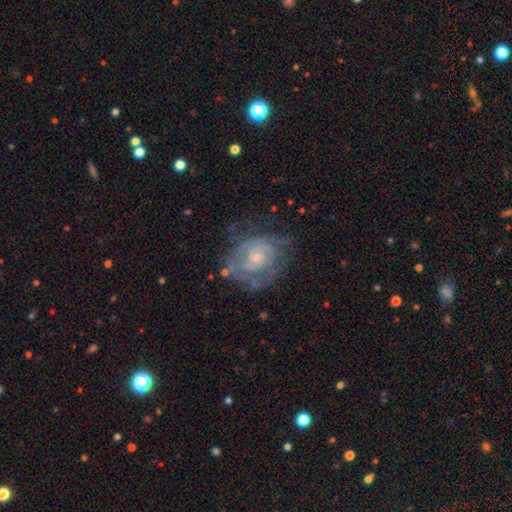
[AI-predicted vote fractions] smooth_or_featured: featured or disk (p=0.75) [alt: smooth p=0.17]
disk_edge_on: no (p=0.97) [alt: yes p=0.03]
bar: no (p=0.73) [alt: weak p=0.24]
has_spiral_arms: yes (p=0.77) [alt: no p=0.23]
spiral_winding: tight (p=0.61) [alt: medium p=0.30]
spiral_arm_count: can't tell (p=0.49) [alt: 2 p=0.26]
bulge_size: small (p=0.61) [alt: moderate p=0.30]
merging: none (p=0.61) [alt: minor disturbance p=0.22]